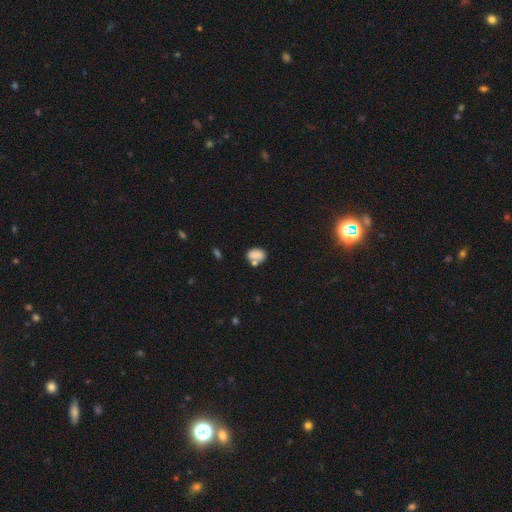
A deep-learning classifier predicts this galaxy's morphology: Smooth or featured: smooth — 78% (featured or disk — 12%)
How rounded: in between — 74% (round — 24%)
Merging: none — 48% (merger — 28%)